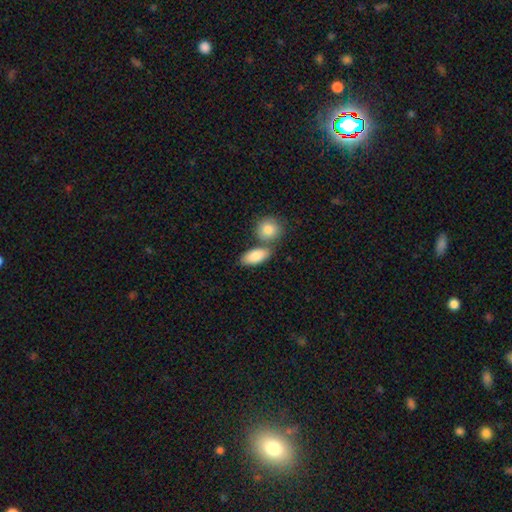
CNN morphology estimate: smooth 85%, featured or disk 9%, star or artifact 6%. Down the decision tree: how rounded — in between (86%); merging — none (56%).